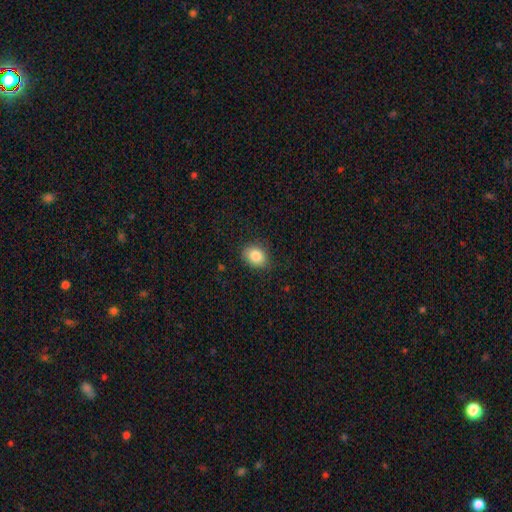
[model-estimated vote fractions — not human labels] Smooth or featured? Predicted: smooth (p=0.86). How rounded? Predicted: in between (p=0.54). Merging? Predicted: none (p=0.83).